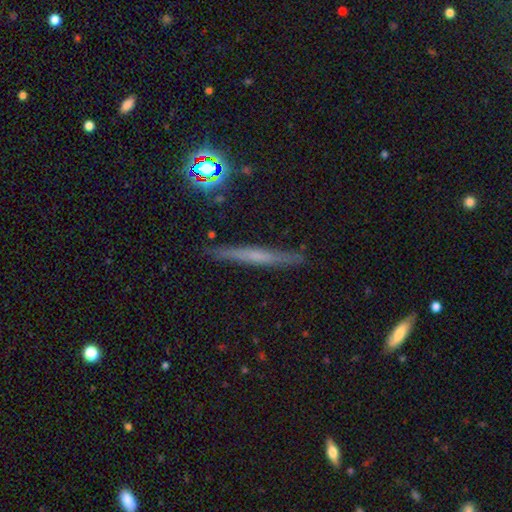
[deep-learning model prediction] smooth-or-featured: featured or disk: 47% | smooth: 41% | star or artifact: 12%
  merging: none: 88% | minor disturbance: 9% | major disturbance: 2% | merger: 2%